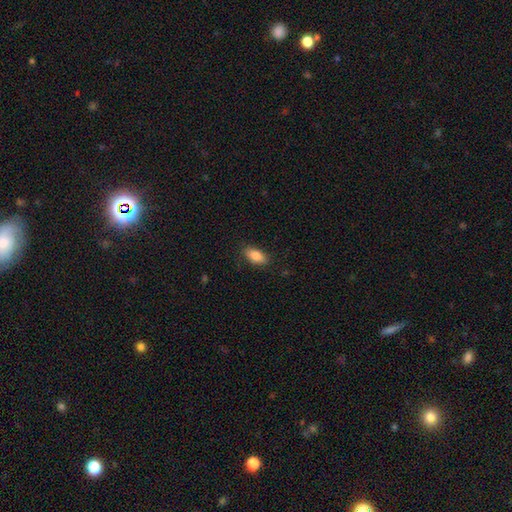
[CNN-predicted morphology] A smooth galaxy with no disk features (84%) that is in between round and cigar-shaped (89%).

Vote fractions:
- Smooth or featured? smooth: 84% / featured or disk: 9% / star or artifact: 7%
- How rounded? in between: 89% / cigar-shaped: 8% / round: 4%
- Merging? none: 86% / minor disturbance: 11% / major disturbance: 2% / merger: 1%